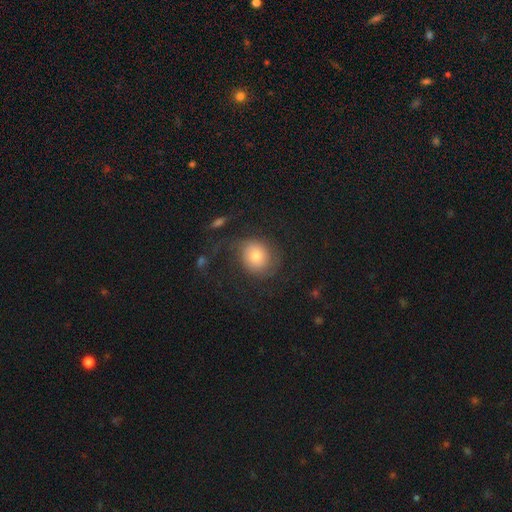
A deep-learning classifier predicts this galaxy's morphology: smooth 55%, featured or disk 35%, star or artifact 10%. Down the decision tree: how rounded — round (70%); merging — none (57%).